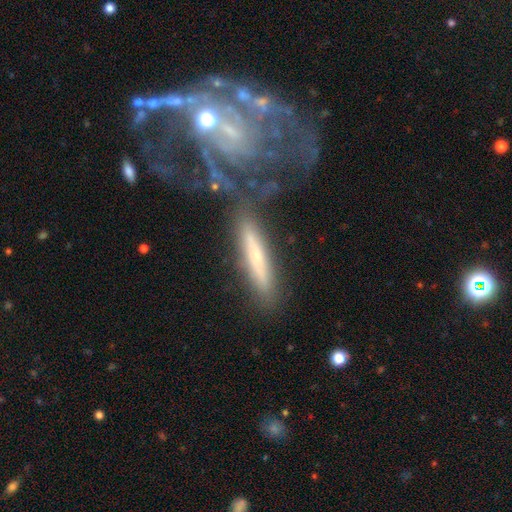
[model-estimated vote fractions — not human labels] Smooth or featured?
  - smooth: 53% *
  - featured or disk: 40%
  - star or artifact: 7%
How rounded?
  - cigar-shaped: 88% *
  - in between: 10%
  - round: 2%
Merging?
  - none: 73% *
  - minor disturbance: 13%
  - merger: 9%
  - major disturbance: 5%